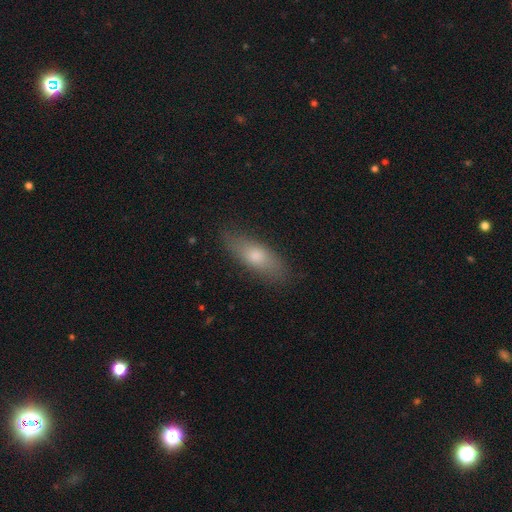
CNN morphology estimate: Smooth or featured?
  - smooth: 68% *
  - featured or disk: 25%
  - star or artifact: 7%
How rounded?
  - in between: 58% *
  - cigar-shaped: 39%
  - round: 3%
Merging?
  - none: 81% *
  - minor disturbance: 14%
  - major disturbance: 3%
  - merger: 1%